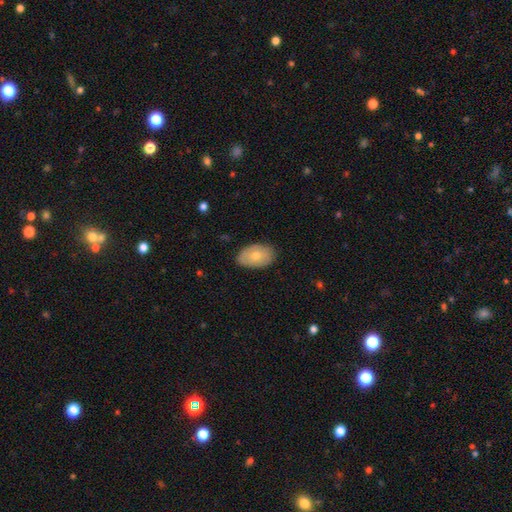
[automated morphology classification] This appears to be a smooth galaxy with no disk features (72%) that is in between round and cigar-shaped (89%). Merging: none (82%).